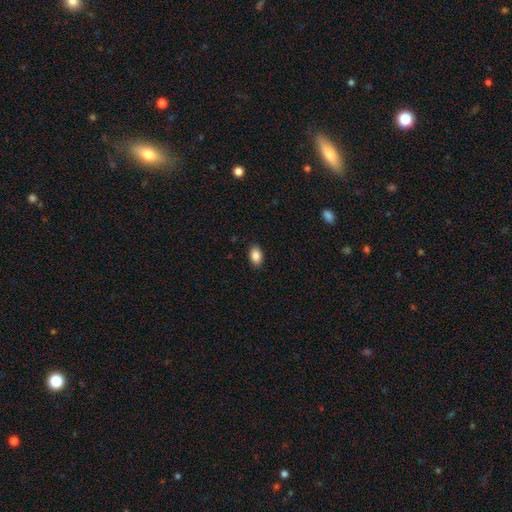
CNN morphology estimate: type=smooth (87%); roundness=in between (89%); merging=none (89%).